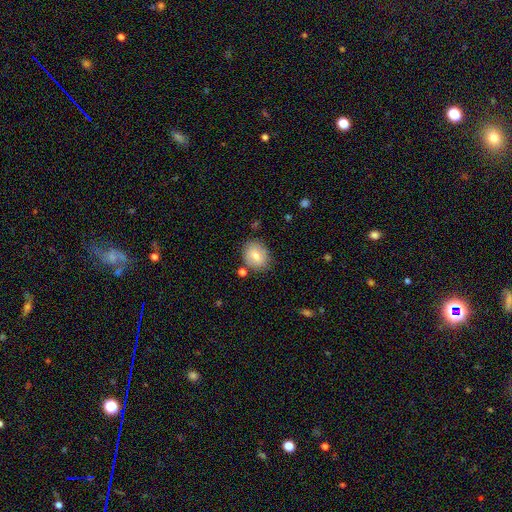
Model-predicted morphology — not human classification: Smooth or featured: smooth — 74% (featured or disk — 18%)
How rounded: round — 57% (in between — 42%)
Merging: none — 79% (minor disturbance — 13%)